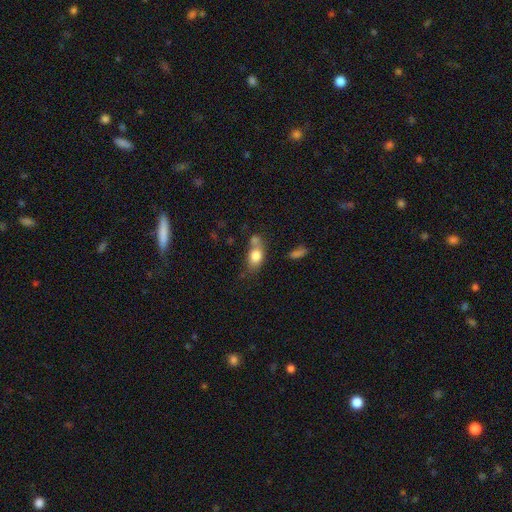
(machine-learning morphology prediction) A smooth galaxy with no disk features (78%) that is in between round and cigar-shaped (71%). Merging: none (40%).